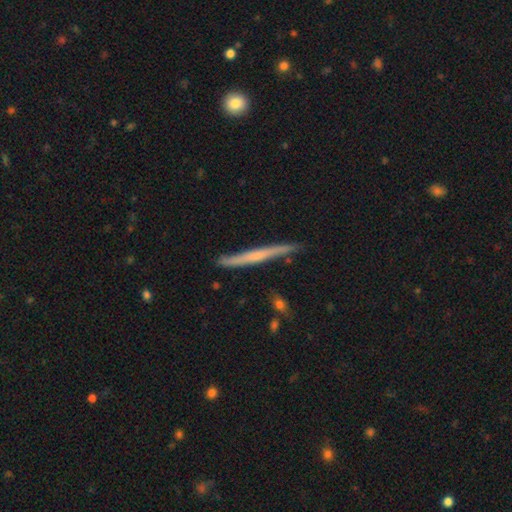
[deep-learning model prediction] Smooth or featured: featured or disk — 58% (smooth — 36%)
Edge-on disk: yes — 96% (no — 4%)
Edge-on bulge: none — 63% (rounded — 30%)
Merging: none — 83% (minor disturbance — 13%)